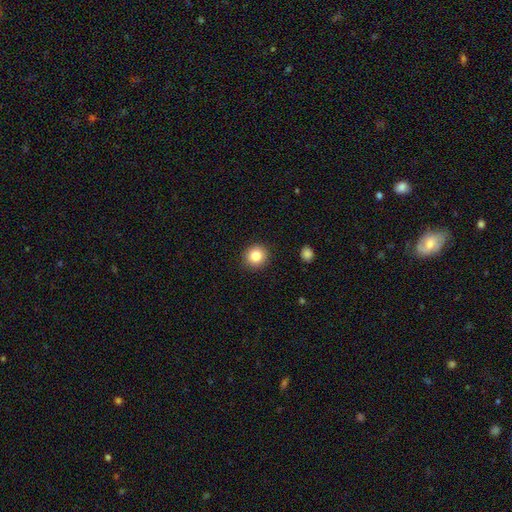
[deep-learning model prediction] A smooth galaxy with no disk features (86%) that is round (90%).

Vote fractions:
- Smooth or featured? smooth: 86% / star or artifact: 9% / featured or disk: 5%
- How rounded? round: 90% / in between: 9% / cigar-shaped: 1%
- Merging? none: 90% / minor disturbance: 7% / major disturbance: 2% / merger: 1%